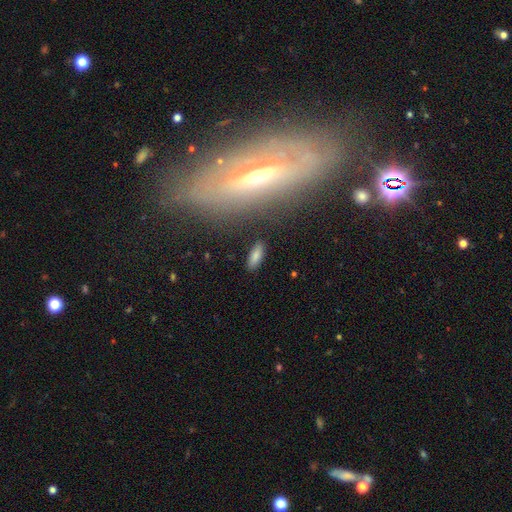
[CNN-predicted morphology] Smooth or featured?
  - smooth: 83% *
  - star or artifact: 9%
  - featured or disk: 8%
How rounded?
  - in between: 71% *
  - cigar-shaped: 27%
  - round: 3%
Merging?
  - none: 86% *
  - minor disturbance: 9%
  - major disturbance: 3%
  - merger: 2%